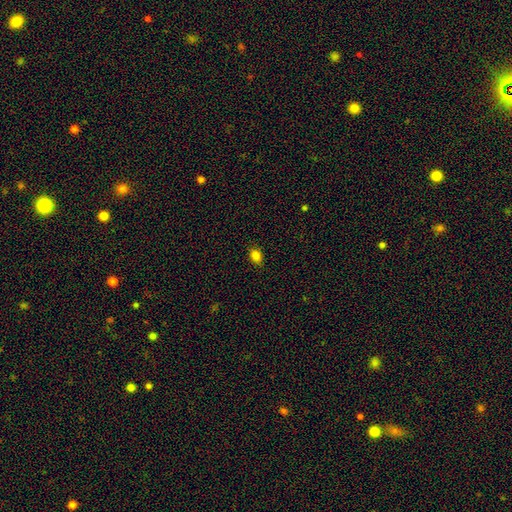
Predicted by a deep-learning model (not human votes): Smooth or featured? smooth (83%)
How rounded? in between (60%)
Merging? none (85%)